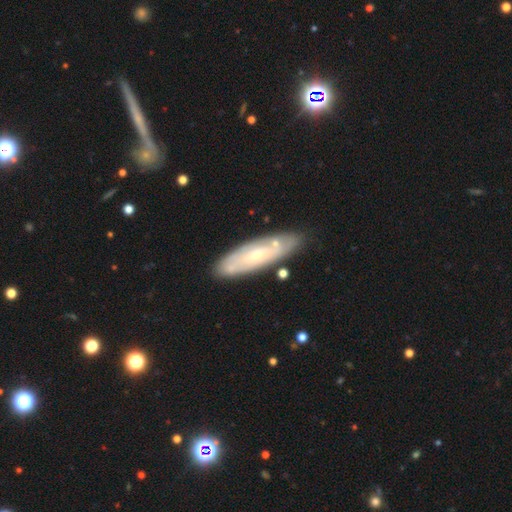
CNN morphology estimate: Smooth or featured?
  - featured or disk: 57% *
  - smooth: 36%
  - star or artifact: 6%
Edge-on disk?
  - no: 72% *
  - yes: 28%
Merging?
  - none: 81% *
  - minor disturbance: 13%
  - merger: 3%
  - major disturbance: 3%